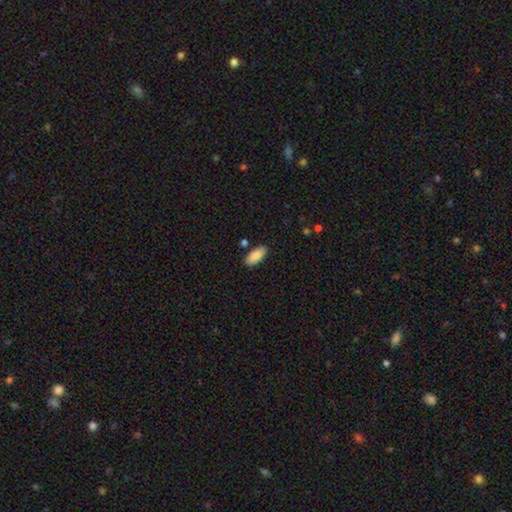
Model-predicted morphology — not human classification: Smooth or featured: smooth — 86% (featured or disk — 8%)
How rounded: in between — 85% (cigar-shaped — 13%)
Merging: none — 86% (minor disturbance — 9%)